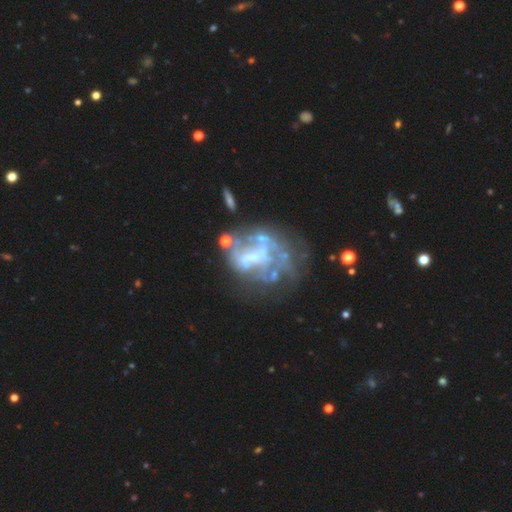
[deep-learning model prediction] A featured or disk galaxy (73%) with no bar (66%), no spiral arms (79%) and no central bulge (56%).

Vote fractions:
- Smooth or featured? featured or disk: 73% / smooth: 14% / star or artifact: 14%
- Edge-on disk? no: 98% / yes: 2%
- Bar? no: 66% / weak: 22% / strong: 12%
- Spiral arms? no: 79% / yes: 21%
- Bulge size? none: 56% / small: 20% / moderate: 19% / large: 4% / dominant: 1%
- Merging? major disturbance: 34% / none: 33% / minor disturbance: 17% / merger: 16%